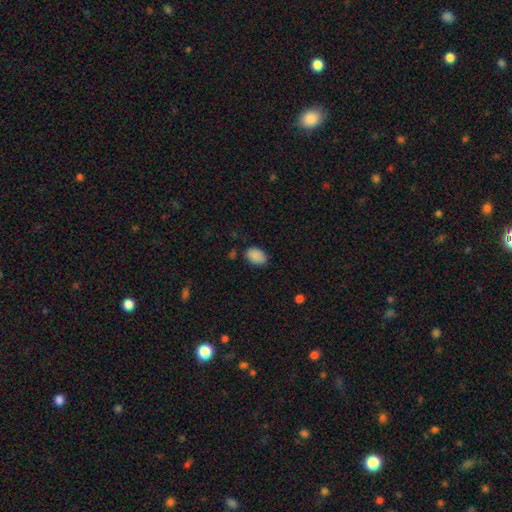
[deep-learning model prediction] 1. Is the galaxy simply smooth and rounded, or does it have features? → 89% smooth, 8% star or artifact, 3% featured or disk.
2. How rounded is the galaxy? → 84% in between, 15% round, 1% cigar-shaped.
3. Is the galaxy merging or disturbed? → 77% none, 18% minor disturbance, 4% major disturbance, 2% merger.